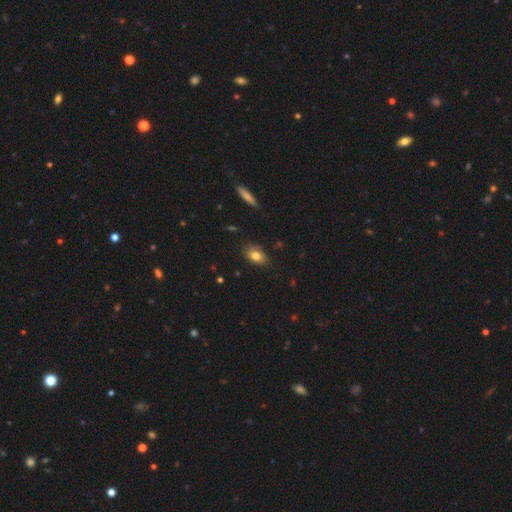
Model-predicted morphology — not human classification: Q: Smooth or featured?
A: smooth (80%); runner-up: featured or disk (11%)
Q: How rounded?
A: in between (84%); runner-up: round (14%)
Q: Merging?
A: none (78%); runner-up: minor disturbance (17%)